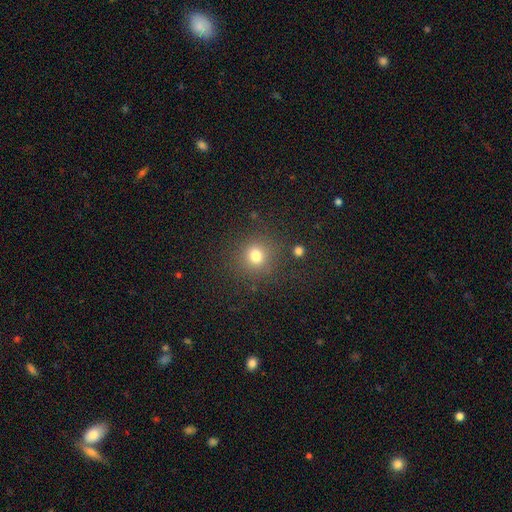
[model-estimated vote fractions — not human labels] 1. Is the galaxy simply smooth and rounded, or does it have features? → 77% smooth, 16% star or artifact, 7% featured or disk.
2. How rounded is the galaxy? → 88% round, 11% in between, 1% cigar-shaped.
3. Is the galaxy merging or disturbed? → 83% none, 9% minor disturbance, 4% major disturbance, 3% merger.